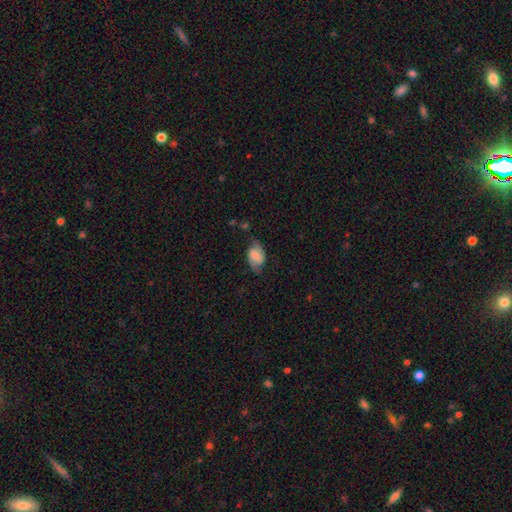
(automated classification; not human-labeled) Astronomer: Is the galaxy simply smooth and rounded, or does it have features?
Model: featured or disk — 47% (runner-up: smooth, 44%).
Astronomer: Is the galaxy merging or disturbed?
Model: none — 62%.